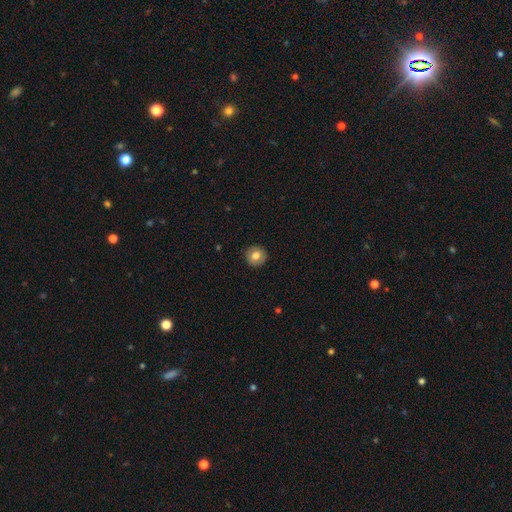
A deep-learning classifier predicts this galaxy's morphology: This is likely a smooth galaxy (78%). How rounded: clearly round (93%). Merging: clearly none (90%).